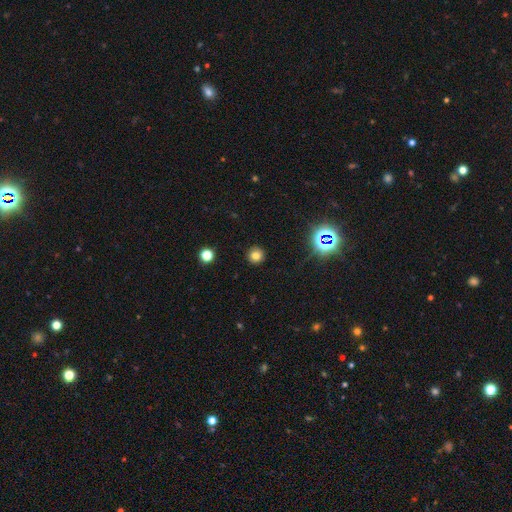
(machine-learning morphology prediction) This is likely a smooth galaxy (76%). How rounded: clearly round (95%). Merging: clearly none (92%).